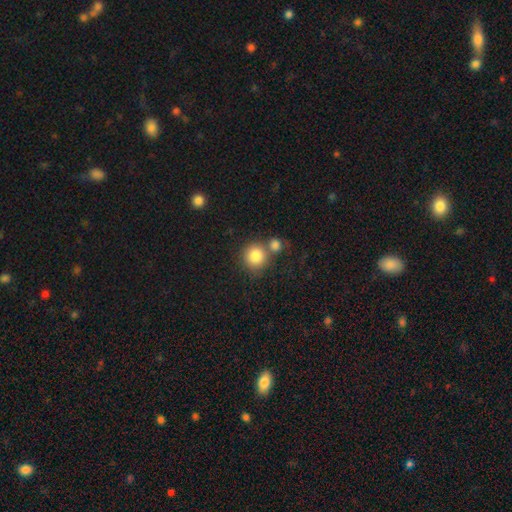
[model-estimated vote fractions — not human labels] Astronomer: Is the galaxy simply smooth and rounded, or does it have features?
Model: smooth — 84%.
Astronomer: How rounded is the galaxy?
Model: round — 91%.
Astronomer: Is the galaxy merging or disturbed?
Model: none — 58%.